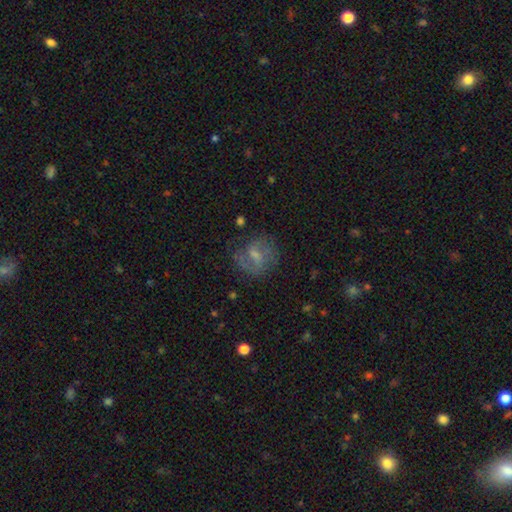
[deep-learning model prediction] A featured or disk galaxy (51%).

Vote fractions:
- Smooth or featured? featured or disk: 51% / smooth: 40% / star or artifact: 10%
- Edge-on disk? no: 97% / yes: 3%
- Merging? none: 62% / minor disturbance: 20% / major disturbance: 15% / merger: 2%